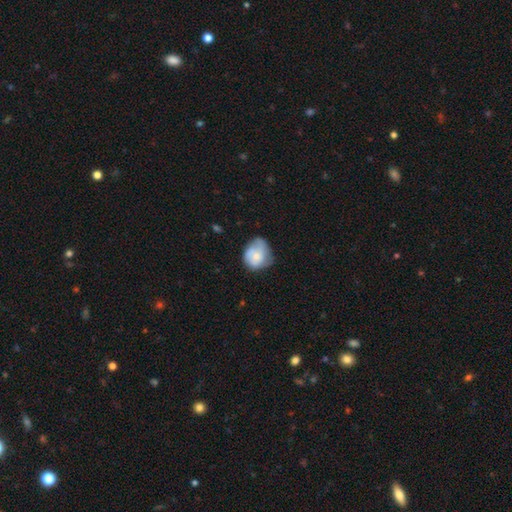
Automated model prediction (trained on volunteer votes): The model was most divided on "merging": none: 40%, minor disturbance: 39%, major disturbance: 16%, merger: 4%. More confident: how rounded — round (60%); smooth or featured — smooth (60%).